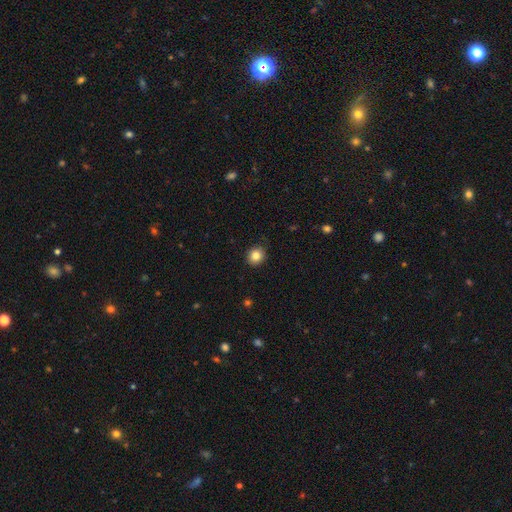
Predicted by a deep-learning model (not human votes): Smooth or featured?
  - smooth: 83% *
  - star or artifact: 11%
  - featured or disk: 6%
How rounded?
  - round: 82% *
  - in between: 17%
  - cigar-shaped: 1%
Merging?
  - none: 88% *
  - minor disturbance: 9%
  - major disturbance: 2%
  - merger: 1%